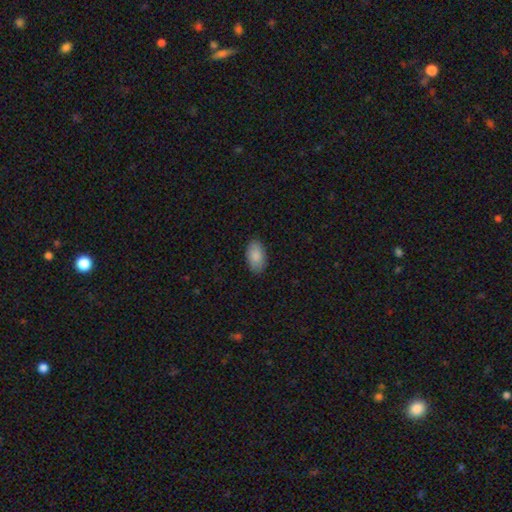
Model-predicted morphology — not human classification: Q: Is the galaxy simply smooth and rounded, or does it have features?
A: smooth — 87%.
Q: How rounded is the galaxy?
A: in between — 95%.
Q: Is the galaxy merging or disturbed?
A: none — 88%.